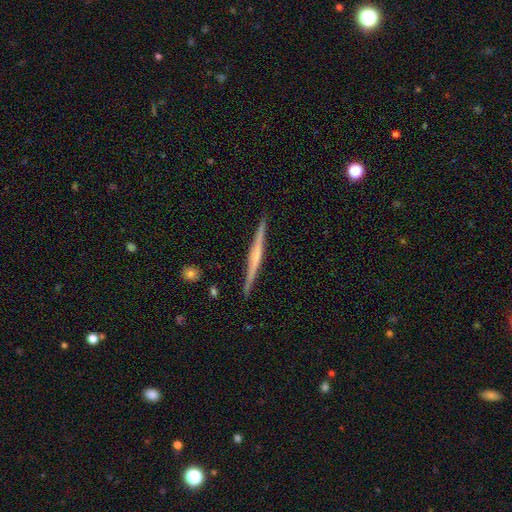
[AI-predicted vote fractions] Smooth or featured: featured or disk — 71% (smooth — 23%)
Edge-on disk: yes — 98% (no — 2%)
Edge-on bulge: rounded — 49% (none — 36%)
Merging: none — 91% (minor disturbance — 6%)